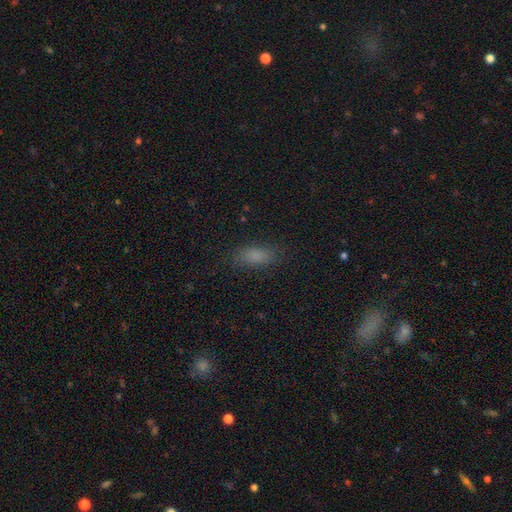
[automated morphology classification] A smooth galaxy with no disk features (80%) that is in between round and cigar-shaped (78%).

Vote fractions:
- Smooth or featured? smooth: 80% / star or artifact: 12% / featured or disk: 8%
- How rounded? in between: 78% / cigar-shaped: 18% / round: 4%
- Merging? none: 82% / minor disturbance: 12% / major disturbance: 4% / merger: 1%